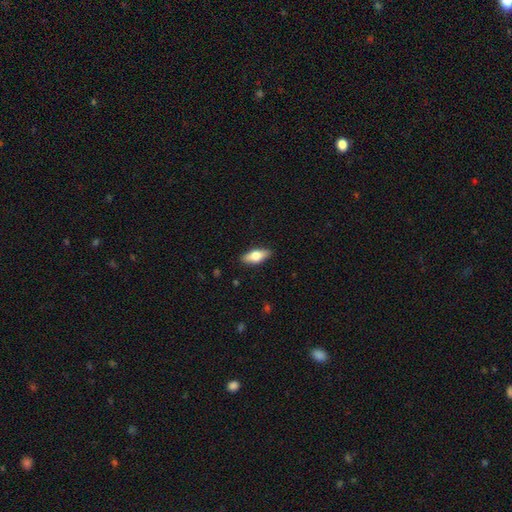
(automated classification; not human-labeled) Morphology: type=smooth (66%); roundness=in between (77%); merging=none (88%).